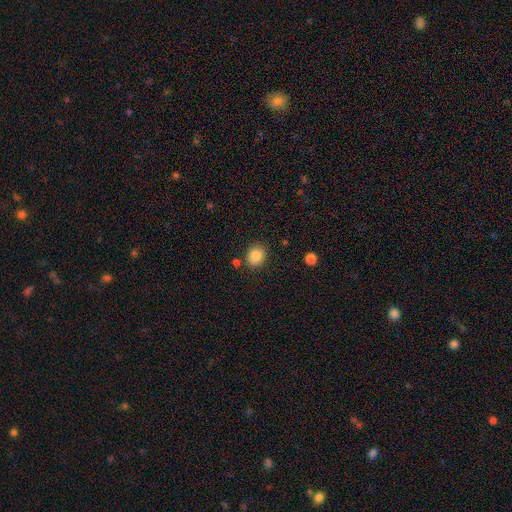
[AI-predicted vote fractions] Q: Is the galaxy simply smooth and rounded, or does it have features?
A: smooth — 86%.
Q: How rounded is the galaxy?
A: round — 68%.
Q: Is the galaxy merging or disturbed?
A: none — 84%.